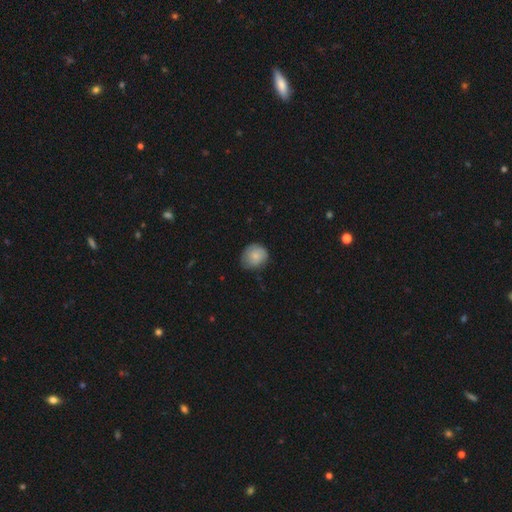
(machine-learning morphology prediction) Smooth or featured? Predicted: smooth (p=0.80). How rounded? Predicted: round (p=0.75). Merging? Predicted: none (p=0.68).